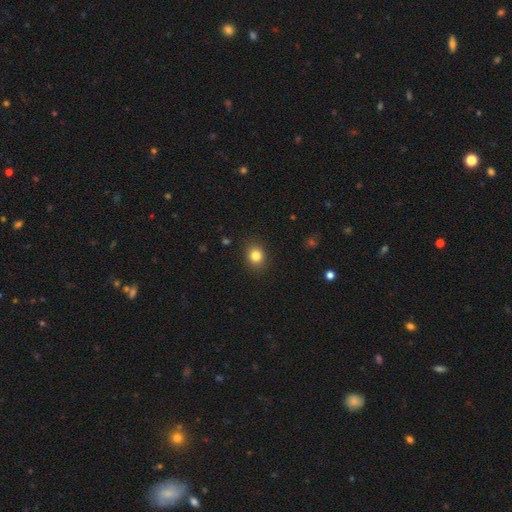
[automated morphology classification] Overall: smooth (83%). How rounded: round (70%). Merging: none (88%).